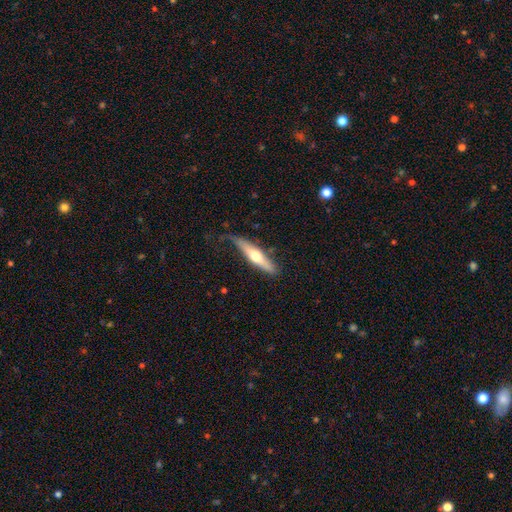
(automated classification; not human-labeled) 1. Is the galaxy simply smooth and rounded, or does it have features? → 48% smooth, 47% featured or disk, 5% star or artifact.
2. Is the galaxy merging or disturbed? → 58% none, 29% minor disturbance, 10% major disturbance, 3% merger.